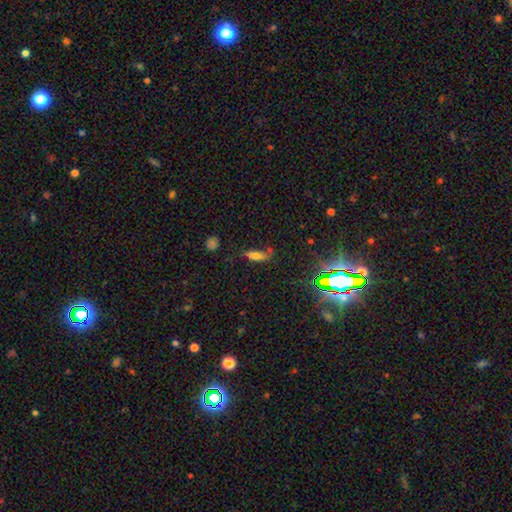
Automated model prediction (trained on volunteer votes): smooth-or-featured: smooth: 63% | featured or disk: 21% | star or artifact: 17%
  how-rounded: in between: 52% | cigar-shaped: 45% | round: 4%
  merging: none: 56% | minor disturbance: 25% | major disturbance: 11% | merger: 8%